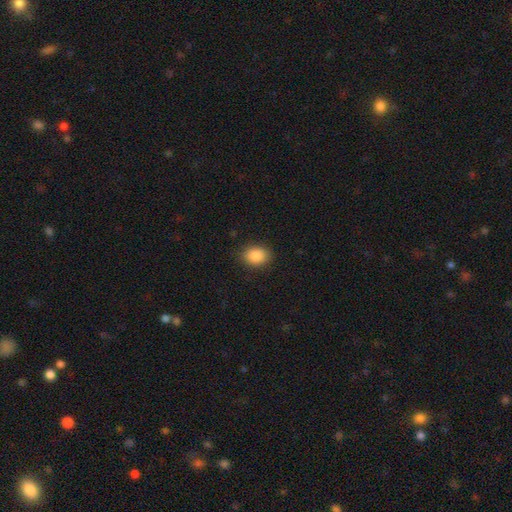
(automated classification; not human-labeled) A smooth galaxy with no disk features (88%) that is in between round and cigar-shaped (62%). Merging: none (87%).